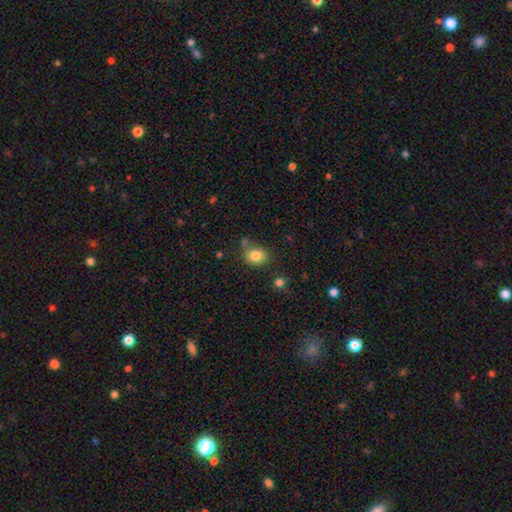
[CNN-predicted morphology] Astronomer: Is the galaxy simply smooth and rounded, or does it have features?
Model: smooth — 81%.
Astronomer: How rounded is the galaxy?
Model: round — 57% (runner-up: in between, 42%).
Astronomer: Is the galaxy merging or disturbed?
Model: none — 66%.